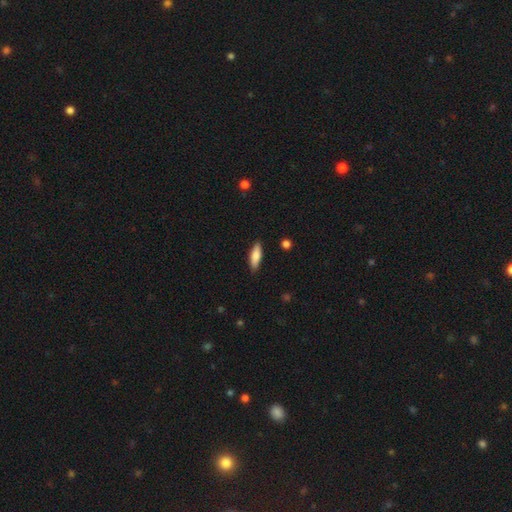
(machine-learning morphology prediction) smooth 78%, featured or disk 16%, star or artifact 6%. Down the decision tree: how rounded — in between (51%); merging — none (87%).